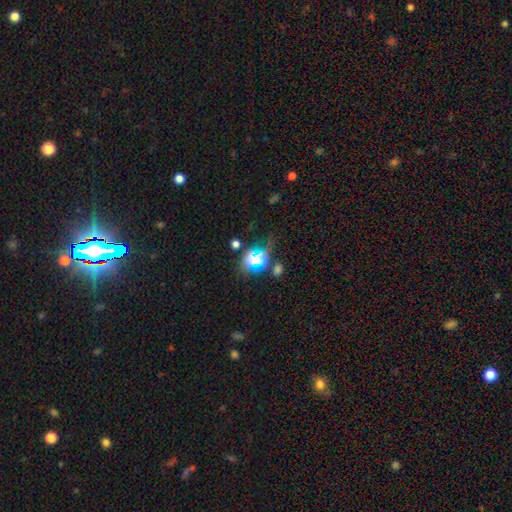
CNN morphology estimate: A star or artifact, not a galaxy (62%).

Vote fractions:
- Smooth or featured? star or artifact: 62% / smooth: 27% / featured or disk: 11%